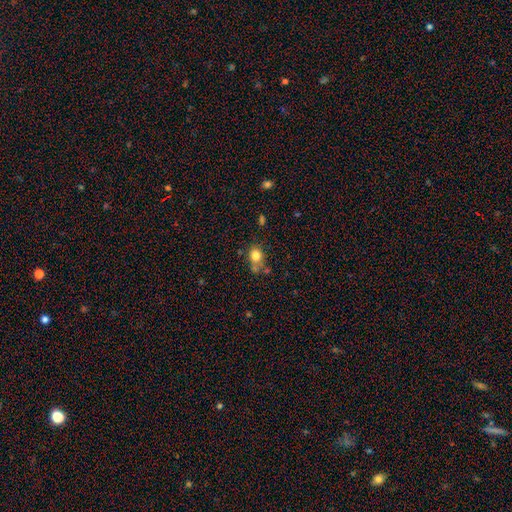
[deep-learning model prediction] A smooth galaxy with no disk features (80%) that is round (55%). Merging: none (54%).